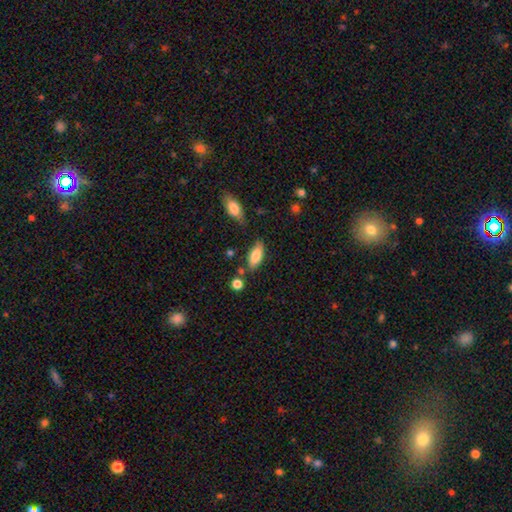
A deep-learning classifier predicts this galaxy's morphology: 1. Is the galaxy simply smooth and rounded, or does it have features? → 79% smooth, 14% featured or disk, 7% star or artifact.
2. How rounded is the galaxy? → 80% in between, 18% cigar-shaped, 2% round.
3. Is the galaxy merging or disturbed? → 74% none, 16% minor disturbance, 7% merger, 4% major disturbance.